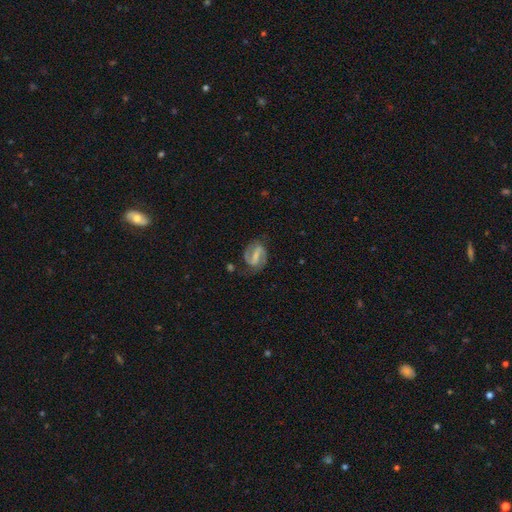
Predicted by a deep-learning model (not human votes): This is clearly a featured or disk galaxy (84%). It is clearly not viewed edge-on (98%). Bar: possibly strong (56%). Spiral arm pattern: clearly yes (95%). Spiral arm count: clearly 2 (91%). Spiral winding: possibly medium (53%). Central bulge: marginally none (42%). Merging: likely none (76%).